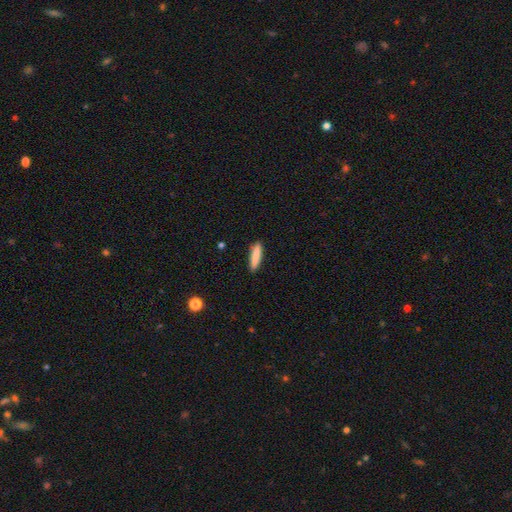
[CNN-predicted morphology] Smooth or featured: smooth — 86% (featured or disk — 8%)
How rounded: cigar-shaped — 83% (in between — 15%)
Merging: none — 88% (minor disturbance — 9%)